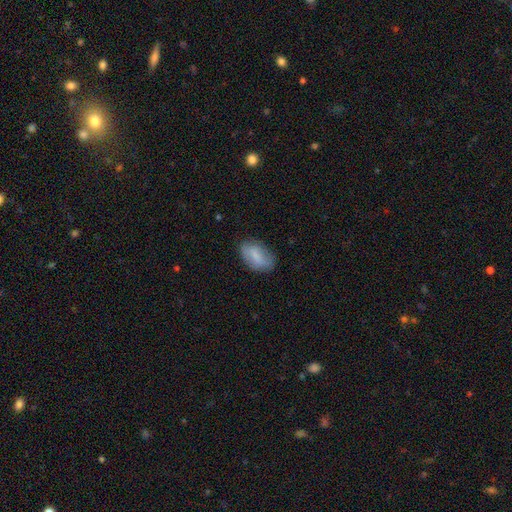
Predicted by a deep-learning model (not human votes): Smooth or featured: smooth — 75% (featured or disk — 18%)
How rounded: in between — 92% (round — 6%)
Merging: none — 75% (minor disturbance — 19%)